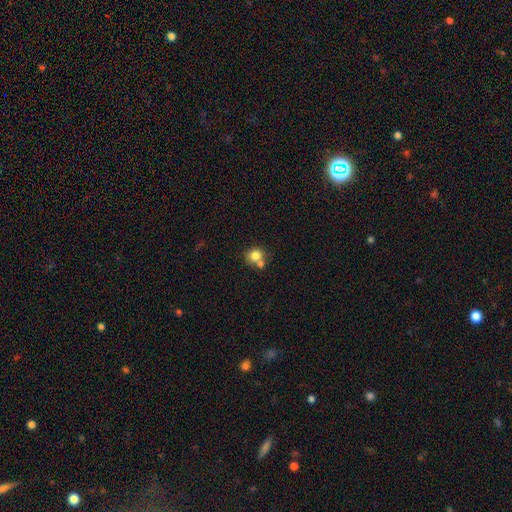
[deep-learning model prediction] Smooth or featured? smooth (80%)
How rounded? round (85%)
Merging? none (52%)